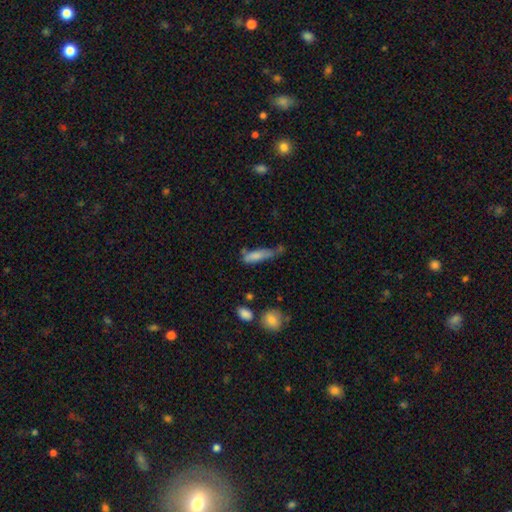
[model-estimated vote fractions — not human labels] Smooth or featured: smooth — 76% (featured or disk — 17%)
How rounded: cigar-shaped — 64% (in between — 33%)
Merging: none — 35% (minor disturbance — 34%)